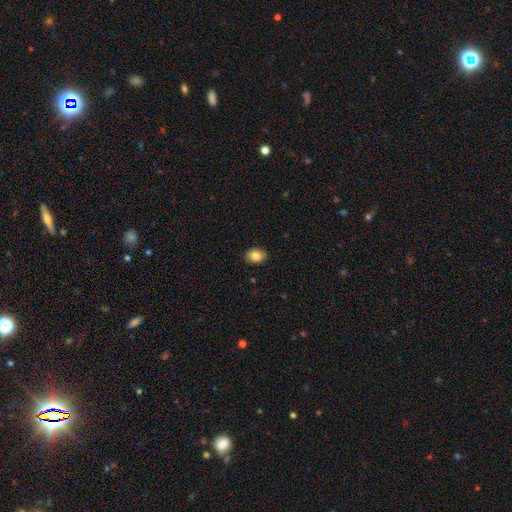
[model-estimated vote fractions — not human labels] Morphology: type=smooth (85%); roundness=in between (75%); merging=none (89%).